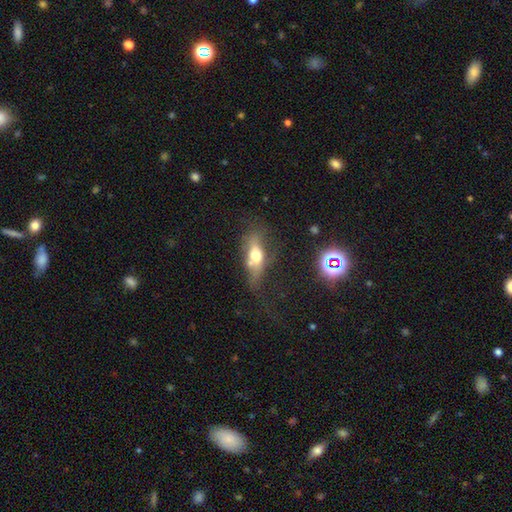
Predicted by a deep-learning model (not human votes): This appears to be a smooth galaxy with no disk features (49%). Merging: none (41%).